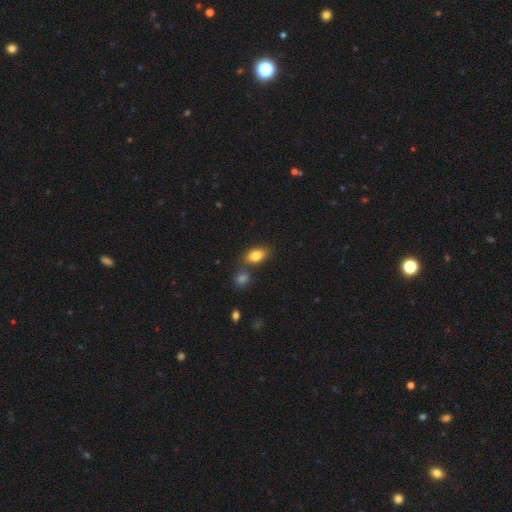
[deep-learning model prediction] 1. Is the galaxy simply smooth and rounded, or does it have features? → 82% smooth, 9% featured or disk, 9% star or artifact.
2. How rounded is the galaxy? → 87% in between, 10% round, 3% cigar-shaped.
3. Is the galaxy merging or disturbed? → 66% none, 18% merger, 13% minor disturbance, 3% major disturbance.